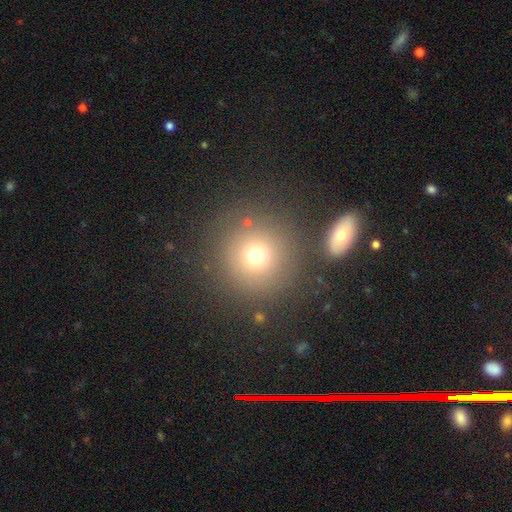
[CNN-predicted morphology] This is likely a smooth galaxy (71%). How rounded: clearly round (94%). Merging: likely none (79%).